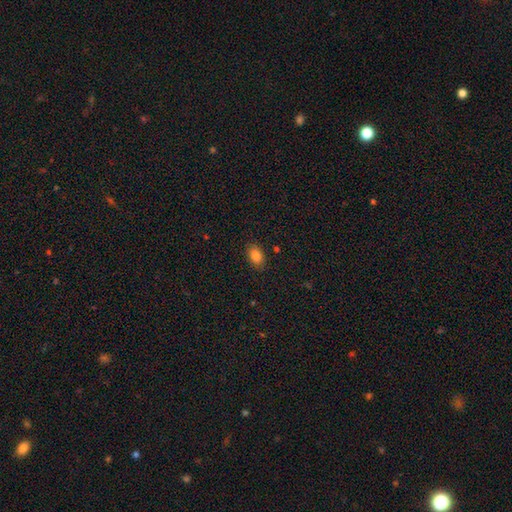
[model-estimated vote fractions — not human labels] A smooth galaxy with no disk features (85%) that is in between round and cigar-shaped (86%). Merging: none (87%).